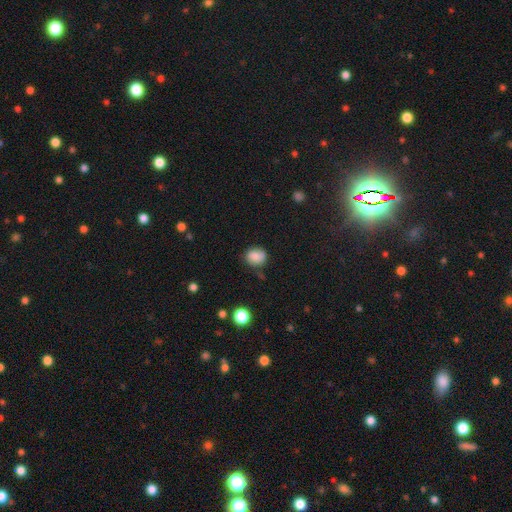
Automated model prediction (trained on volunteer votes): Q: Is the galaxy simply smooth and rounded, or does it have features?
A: smooth — 80%.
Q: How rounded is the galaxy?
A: round — 72%.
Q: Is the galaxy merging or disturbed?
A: none — 71%.